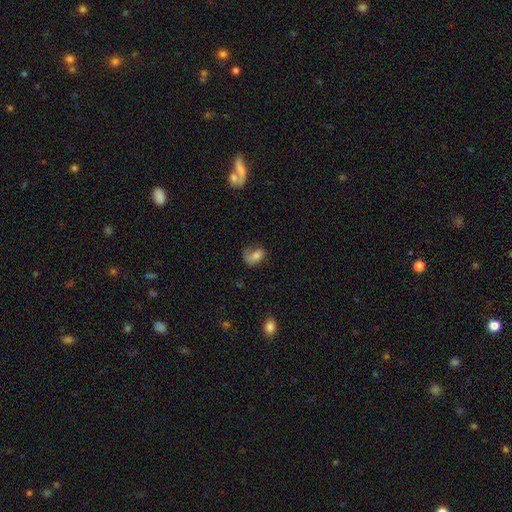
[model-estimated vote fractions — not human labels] This is likely a smooth galaxy (71%). How rounded: clearly in between (85%). Merging: marginally none (39%).